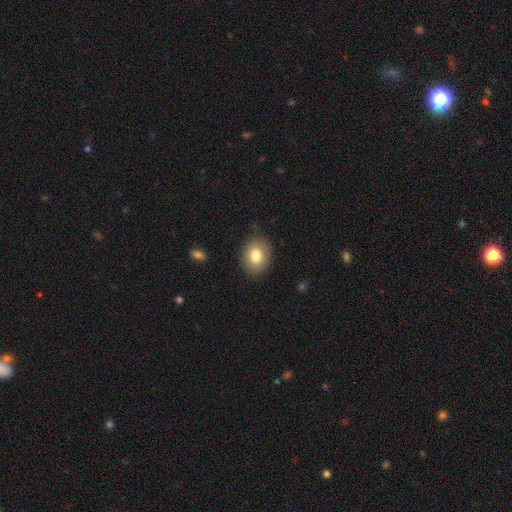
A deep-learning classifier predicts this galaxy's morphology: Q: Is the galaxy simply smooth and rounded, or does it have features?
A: smooth — 80%.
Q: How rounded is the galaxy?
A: in between — 57%.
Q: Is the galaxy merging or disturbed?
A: none — 86%.